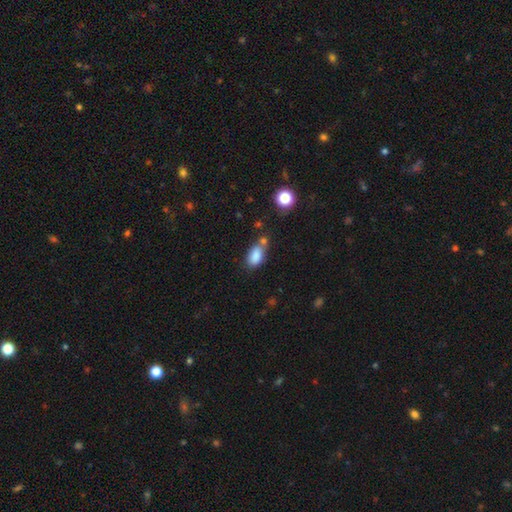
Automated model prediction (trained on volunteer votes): Overall: smooth (84%). How rounded: in between (89%). Merging: none (53%; merger 24%).